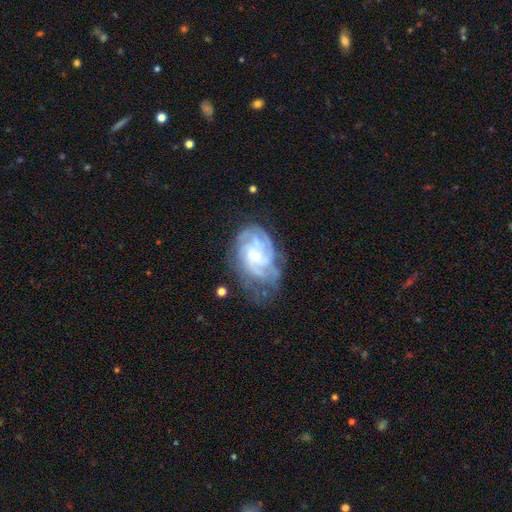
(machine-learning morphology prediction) type=featured or disk (78%); edge-on=no (97%); bar=no (62%); spiral arms=yes (90%); winding=tight (56%); arm count=can't tell (42%); bulge=small (59%); merging=none (52%).